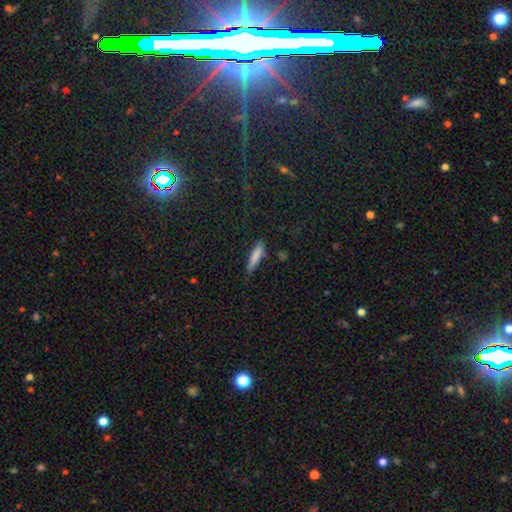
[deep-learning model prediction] smooth_or_featured: smooth (p=0.79) [alt: featured or disk p=0.14]
how_rounded: cigar-shaped (p=0.87) [alt: in between p=0.12]
merging: none (p=0.76) [alt: minor disturbance p=0.18]